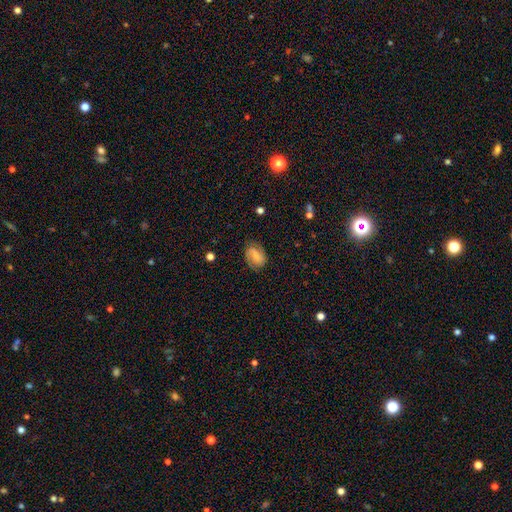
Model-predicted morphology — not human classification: smooth-or-featured: smooth: 50% | featured or disk: 41% | star or artifact: 9%
  merging: none: 73% | minor disturbance: 19% | major disturbance: 7% | merger: 1%